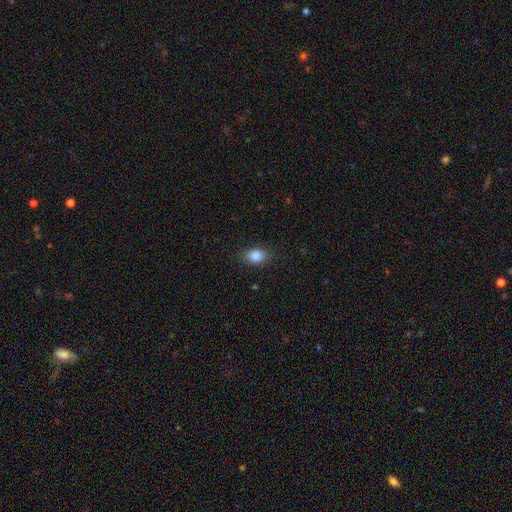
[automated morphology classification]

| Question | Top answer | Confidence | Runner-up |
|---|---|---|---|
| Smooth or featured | smooth | 86% | star or artifact (8%) |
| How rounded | in between | 78% | round (20%) |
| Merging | none | 84% | minor disturbance (12%) |